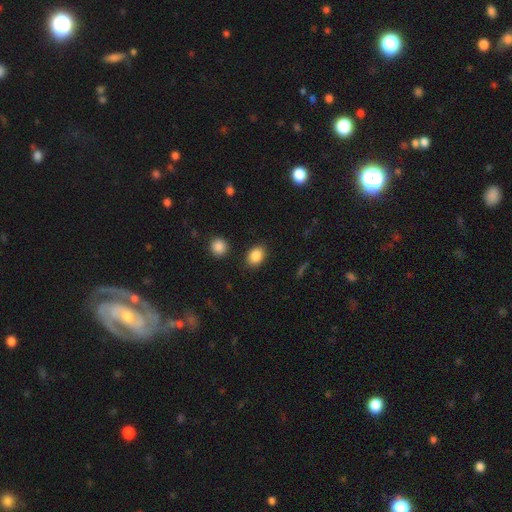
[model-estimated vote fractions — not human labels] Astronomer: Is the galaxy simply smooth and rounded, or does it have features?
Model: smooth — 87%.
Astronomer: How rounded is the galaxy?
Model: in between — 74%.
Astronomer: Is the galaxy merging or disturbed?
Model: none — 86%.